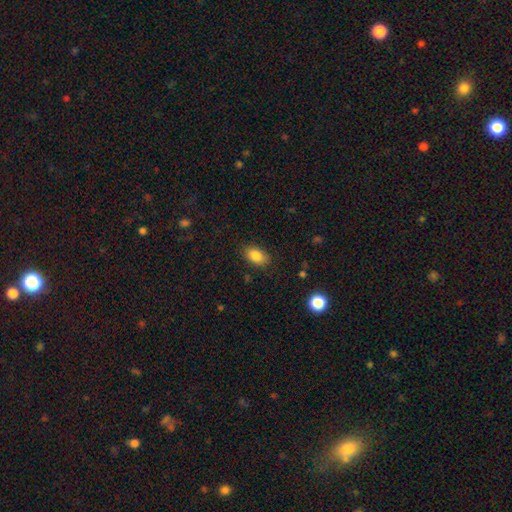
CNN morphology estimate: Smooth or featured: smooth — 84% (star or artifact — 8%)
How rounded: in between — 89% (round — 9%)
Merging: none — 84% (minor disturbance — 12%)